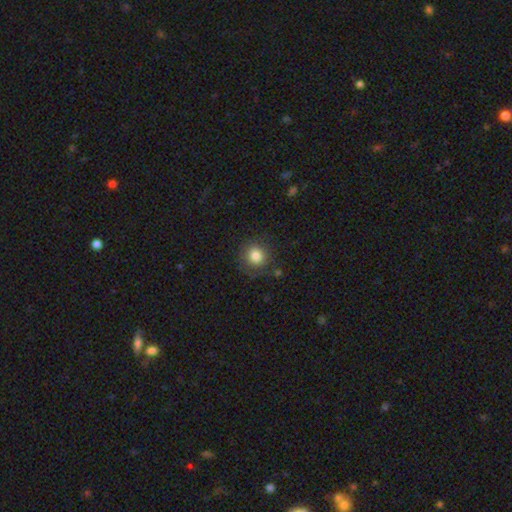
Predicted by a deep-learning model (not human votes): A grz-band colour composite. It shows a smooth galaxy with no disk features (82%) that is round (90%). Merging: none (81%).